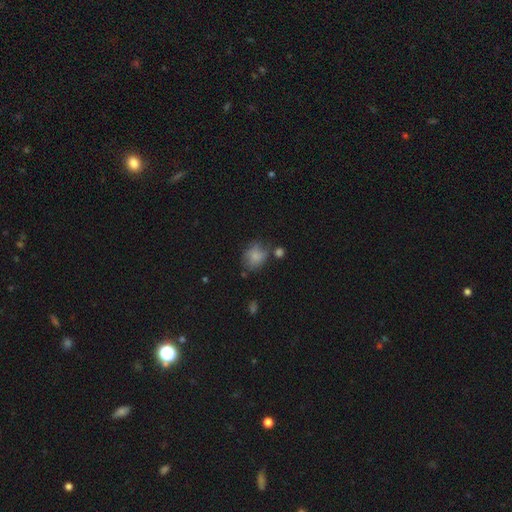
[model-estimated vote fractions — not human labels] Q: Smooth or featured?
A: smooth (77%); runner-up: featured or disk (13%)
Q: How rounded?
A: round (57%); runner-up: in between (42%)
Q: Merging?
A: none (53%); runner-up: minor disturbance (25%)